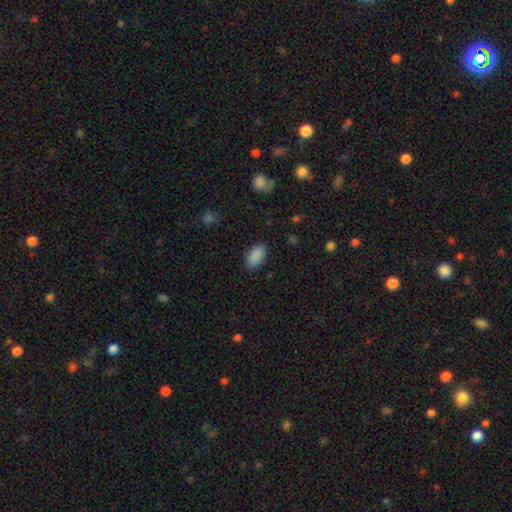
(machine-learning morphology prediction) Overall: smooth (89%). How rounded: in between (94%). Merging: none (85%).